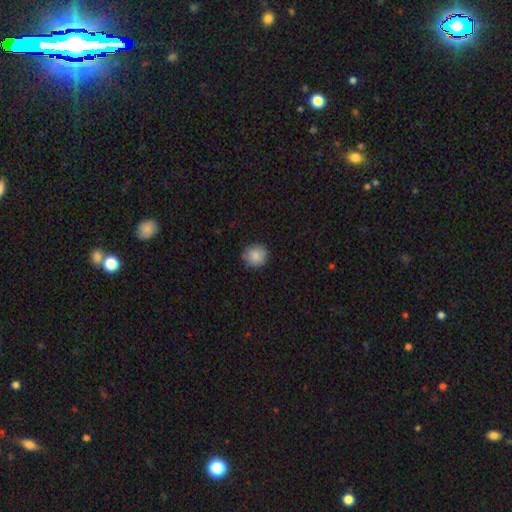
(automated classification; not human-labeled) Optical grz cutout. It shows a smooth galaxy with no disk features (87%) that is round (92%). Merging: none (87%).